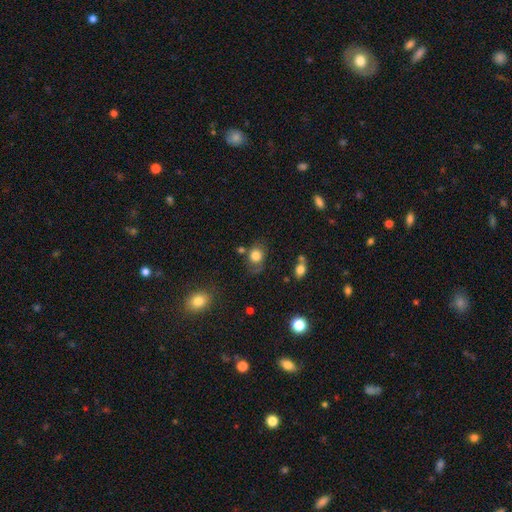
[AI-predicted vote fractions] smooth 79%, featured or disk 11%, star or artifact 10%. Down the decision tree: how rounded — round (56%); merging — none (58%).